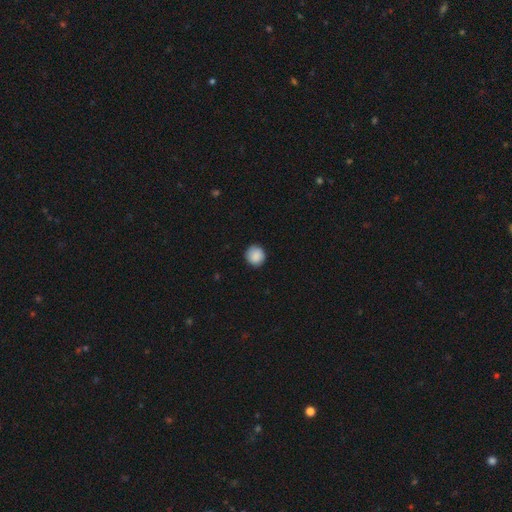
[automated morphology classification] Q: Smooth or featured?
A: smooth (88%); runner-up: star or artifact (8%)
Q: How rounded?
A: round (93%); runner-up: in between (7%)
Q: Merging?
A: none (88%); runner-up: minor disturbance (9%)